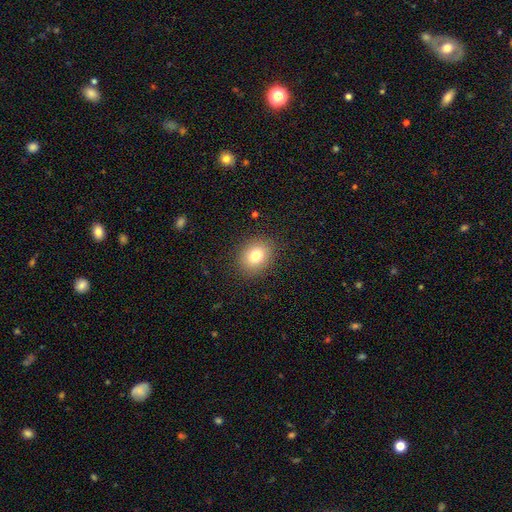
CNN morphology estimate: smooth_or_featured: smooth (p=0.79) [alt: star or artifact p=0.11]
how_rounded: round (p=0.60) [alt: in between p=0.39]
merging: none (p=0.88) [alt: minor disturbance p=0.08]